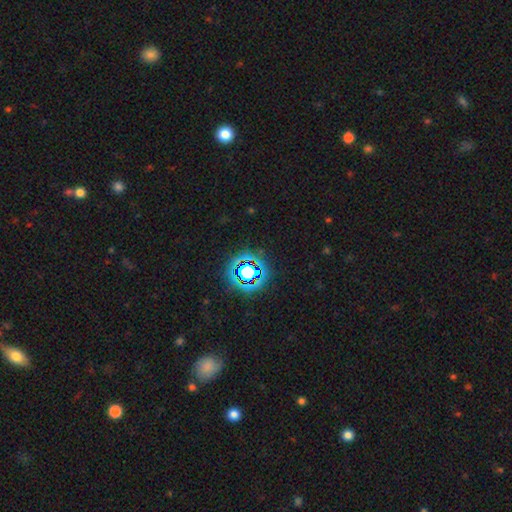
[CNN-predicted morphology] The model was most divided on "smooth or featured": star or artifact: 77%, smooth: 15%, featured or disk: 8%.